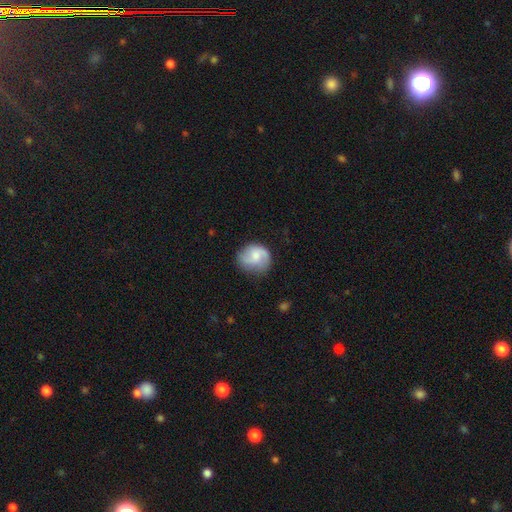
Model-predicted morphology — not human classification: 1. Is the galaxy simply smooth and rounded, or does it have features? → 54% featured or disk, 39% smooth, 7% star or artifact.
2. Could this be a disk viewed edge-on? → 98% no, 2% yes.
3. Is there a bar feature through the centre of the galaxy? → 53% no, 40% weak, 7% strong.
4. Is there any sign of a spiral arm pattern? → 90% yes, 10% no.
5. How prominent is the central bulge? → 44% moderate, 37% small, 12% none, 6% large, 1% dominant.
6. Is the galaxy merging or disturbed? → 71% none, 20% minor disturbance, 7% major disturbance, 2% merger.